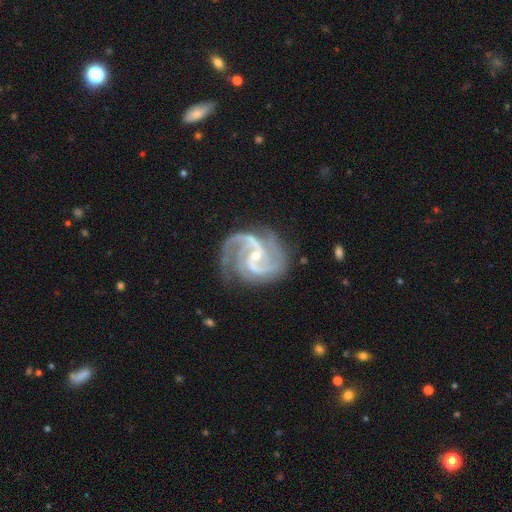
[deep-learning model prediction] featured or disk 94%, star or artifact 4%, smooth 2%. Down the decision tree: edge-on disk — no (98%); bar — weak (47%); spiral arms — yes (99%); spiral arm count — 2 (51%); spiral winding — medium (59%); bulge size — small (67%); merging — none (72%).